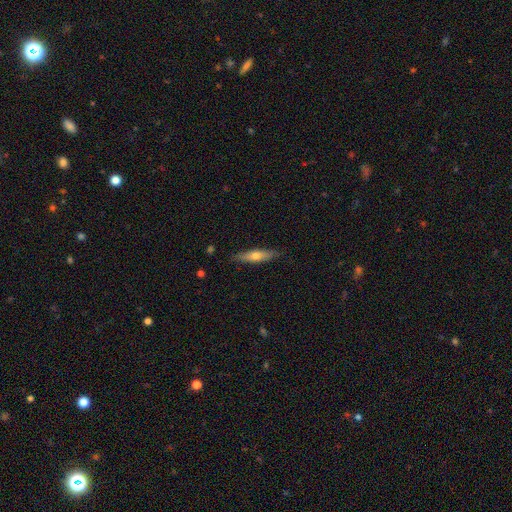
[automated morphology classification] Smooth or featured? Predicted: smooth (p=0.54). How rounded? Predicted: cigar-shaped (p=0.77). Merging? Predicted: none (p=0.86).